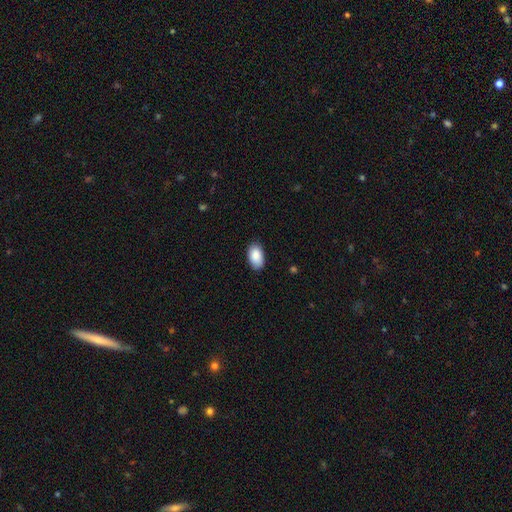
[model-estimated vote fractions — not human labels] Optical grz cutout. It shows a smooth galaxy with no disk features (88%) that is in between round and cigar-shaped (94%). Merging: none (83%).